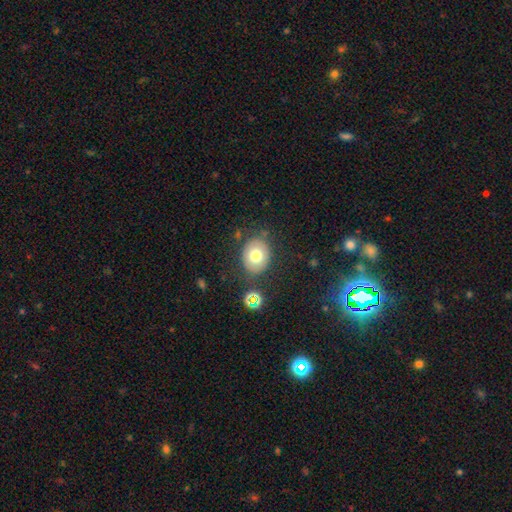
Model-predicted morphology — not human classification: smooth-or-featured: smooth: 74% | featured or disk: 16% | star or artifact: 11%
  how-rounded: round: 56% | in between: 43% | cigar-shaped: 1%
  merging: none: 77% | minor disturbance: 14% | major disturbance: 5% | merger: 5%